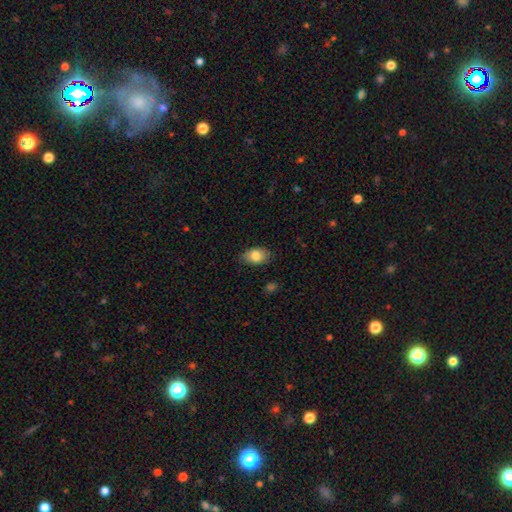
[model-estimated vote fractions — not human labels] Morphology: type=smooth (83%); roundness=in between (86%); merging=none (80%).